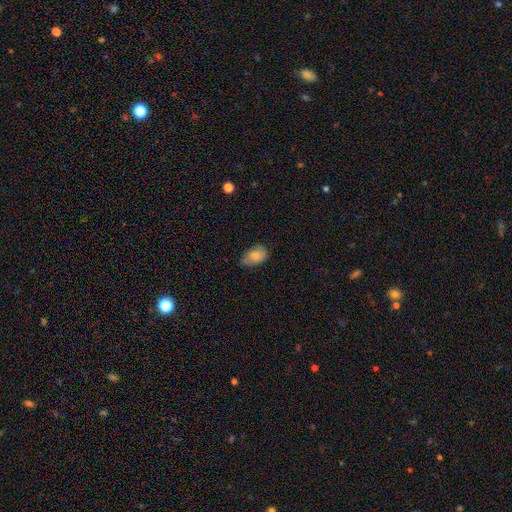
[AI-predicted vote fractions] This appears to be a smooth galaxy with no disk features (79%) that is in between round and cigar-shaped (89%). Merging: none (62%).